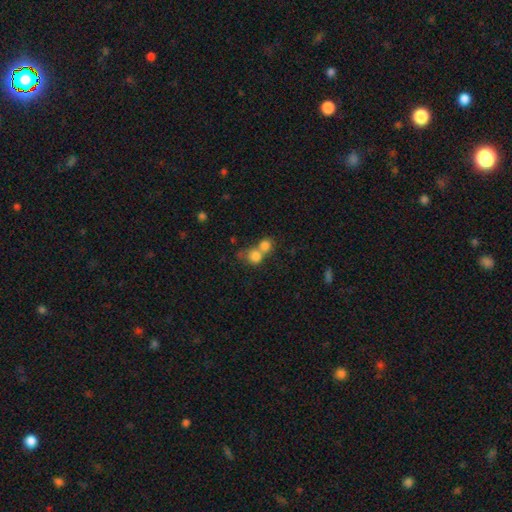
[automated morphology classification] smooth-or-featured: smooth: 78% | featured or disk: 11% | star or artifact: 10%
  how-rounded: round: 76% | in between: 22% | cigar-shaped: 1%
  merging: merger: 62% | none: 27% | minor disturbance: 6% | major disturbance: 4%